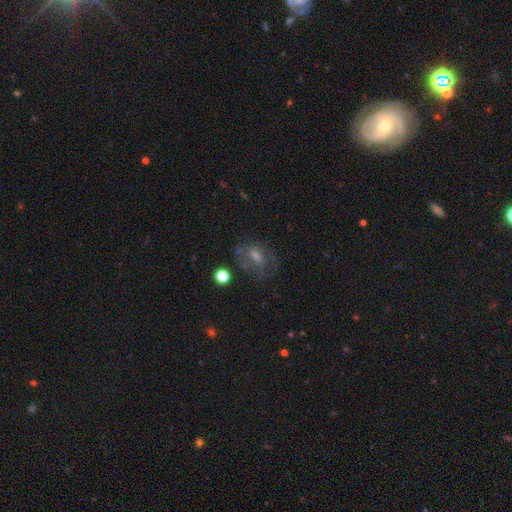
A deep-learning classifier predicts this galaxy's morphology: Smooth or featured: featured or disk — 49% (smooth — 30%)
Merging: none — 56% (minor disturbance — 20%)